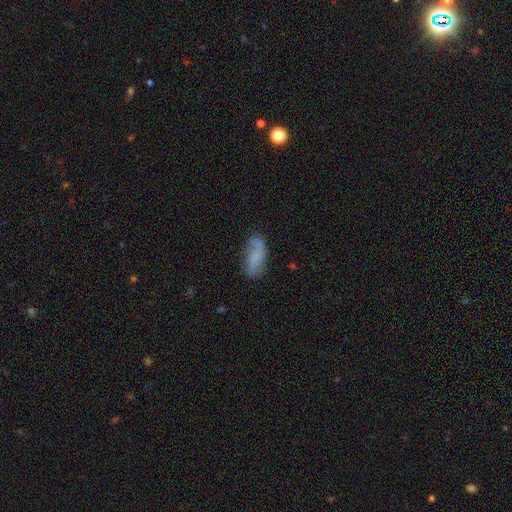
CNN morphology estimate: Smooth or featured: smooth — 53% (featured or disk — 38%)
How rounded: in between — 78% (cigar-shaped — 19%)
Merging: none — 61% (minor disturbance — 25%)